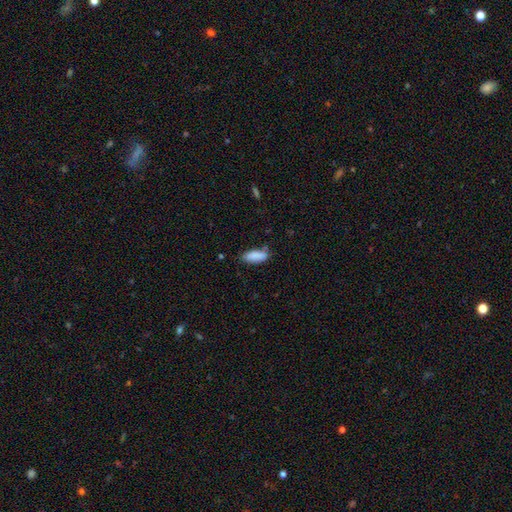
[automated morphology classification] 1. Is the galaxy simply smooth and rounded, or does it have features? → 88% smooth, 7% star or artifact, 5% featured or disk.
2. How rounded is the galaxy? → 77% in between, 21% cigar-shaped, 2% round.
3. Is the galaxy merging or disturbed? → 71% none, 20% minor disturbance, 5% merger, 4% major disturbance.